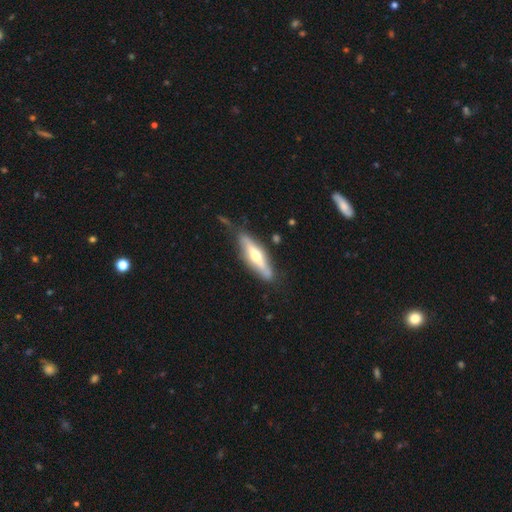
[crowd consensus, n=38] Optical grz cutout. It shows a featured or disk galaxy (66%) viewed edge-on (92%) with a rounded central bulge (83%). Merging: none (78%).